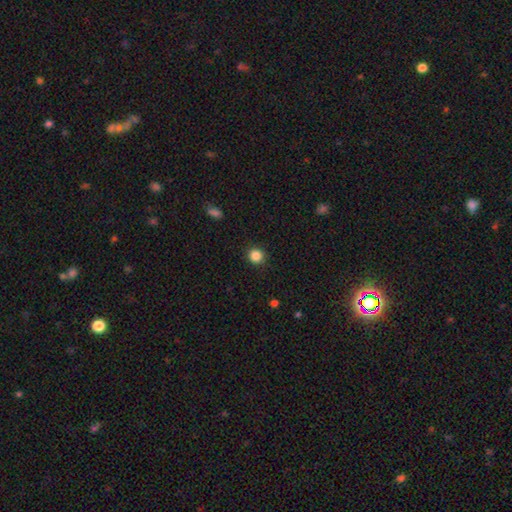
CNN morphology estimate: Overall: smooth (86%). How rounded: round (92%). Merging: none (91%).